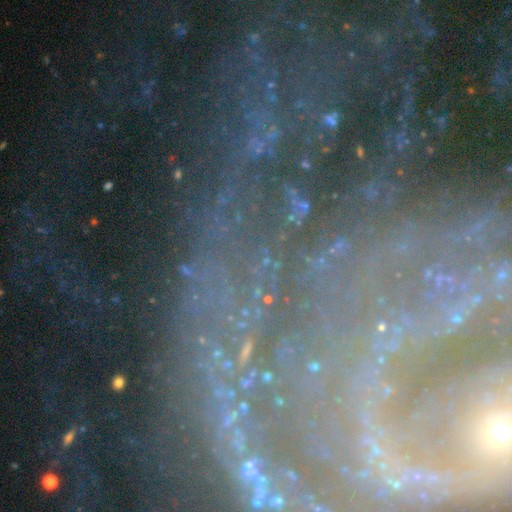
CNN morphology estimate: Smooth or featured? featured or disk (45%)
Merging? none (62%)